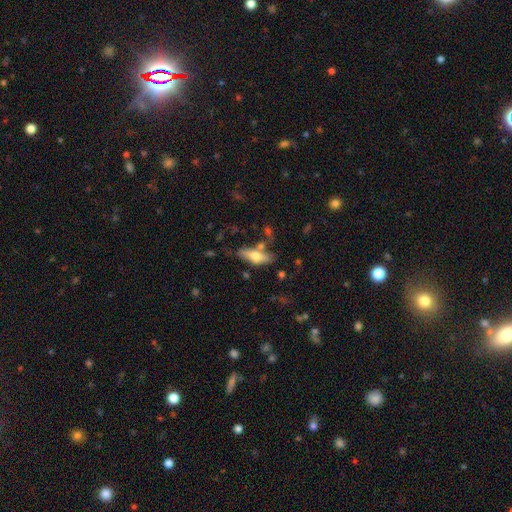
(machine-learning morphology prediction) Smooth or featured?
  - smooth: 55% *
  - featured or disk: 37%
  - star or artifact: 8%
How rounded?
  - in between: 54% *
  - cigar-shaped: 43%
  - round: 3%
Merging?
  - none: 58% *
  - minor disturbance: 20%
  - merger: 14%
  - major disturbance: 8%